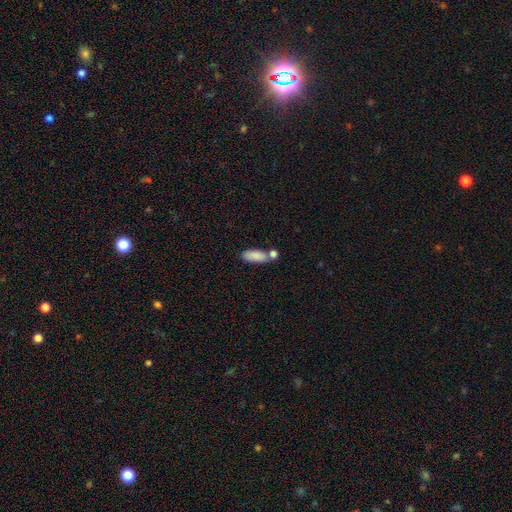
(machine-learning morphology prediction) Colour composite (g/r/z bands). It shows a smooth galaxy with no disk features (85%) that is in between round and cigar-shaped (78%). Merging: none (49%).